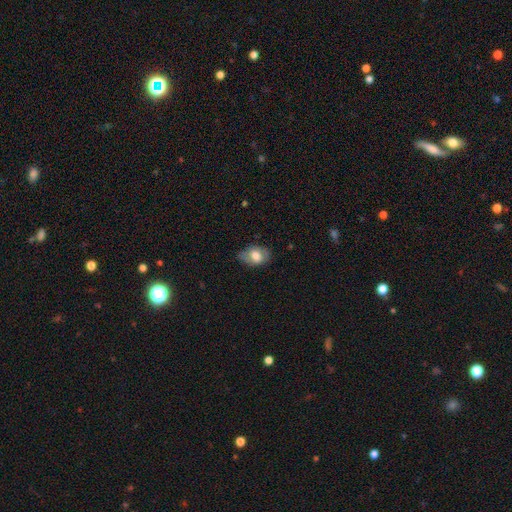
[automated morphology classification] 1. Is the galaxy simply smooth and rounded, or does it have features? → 67% smooth, 25% featured or disk, 8% star or artifact.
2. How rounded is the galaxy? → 82% in between, 16% round, 1% cigar-shaped.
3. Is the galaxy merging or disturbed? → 66% none, 25% minor disturbance, 7% major disturbance, 1% merger.